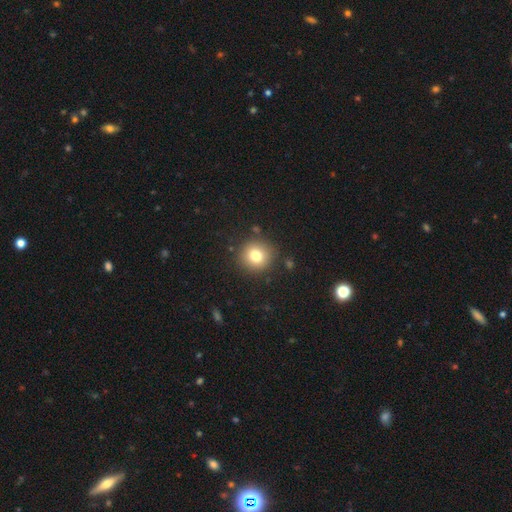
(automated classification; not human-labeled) This is likely a smooth galaxy (79%). How rounded: clearly round (92%). Merging: clearly none (88%).